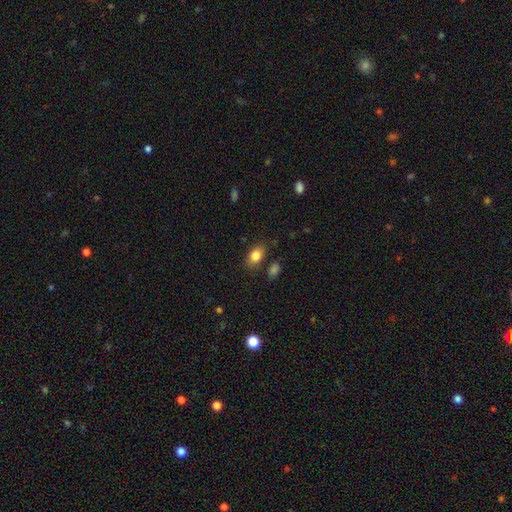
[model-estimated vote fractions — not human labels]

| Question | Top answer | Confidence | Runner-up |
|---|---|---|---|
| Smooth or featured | smooth | 83% | star or artifact (9%) |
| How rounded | in between | 83% | round (15%) |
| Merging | none | 78% | minor disturbance (14%) |